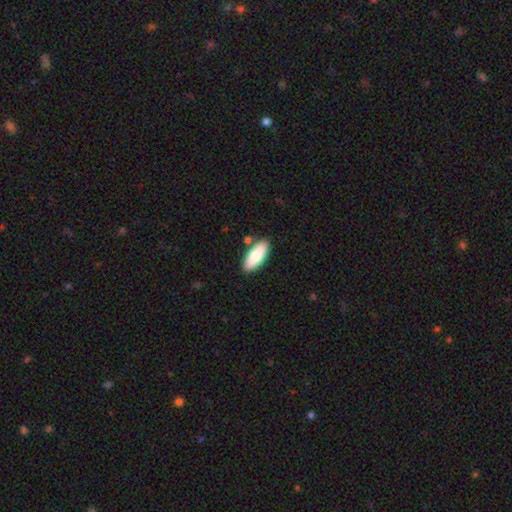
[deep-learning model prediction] Smooth or featured? smooth (84%)
How rounded? in between (81%)
Merging? none (85%)